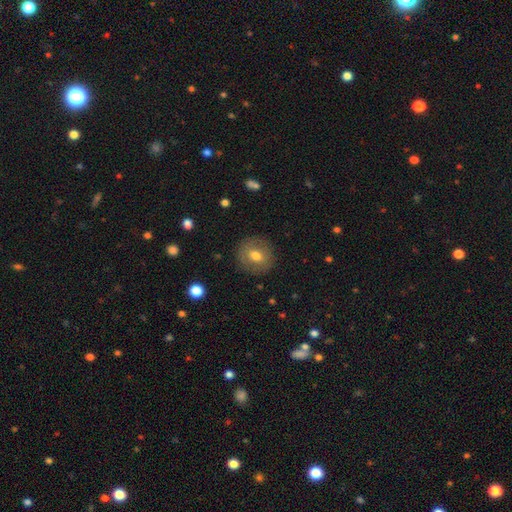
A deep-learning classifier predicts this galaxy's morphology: type=smooth (67%); roundness=round (86%); merging=none (86%).